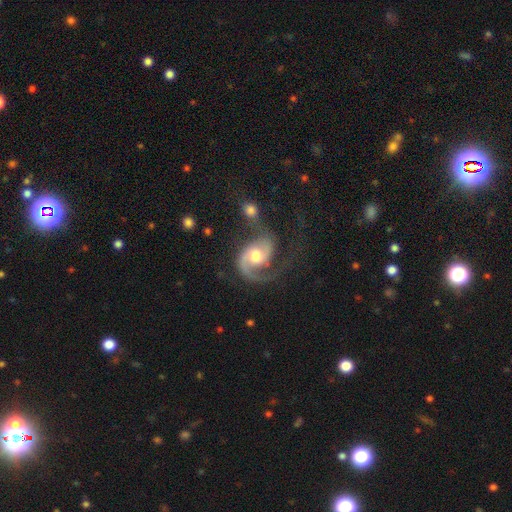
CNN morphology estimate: Smooth or featured? Predicted: featured or disk (p=0.87). Edge-on disk? Predicted: no (p=0.98). Bar? Predicted: no (p=0.58). Spiral arms? Predicted: yes (p=0.97). Spiral winding? Predicted: medium (p=0.52). Spiral arm count? Predicted: 2 (p=0.70). Bulge size? Predicted: moderate (p=0.68). Merging? Predicted: none (p=0.42).